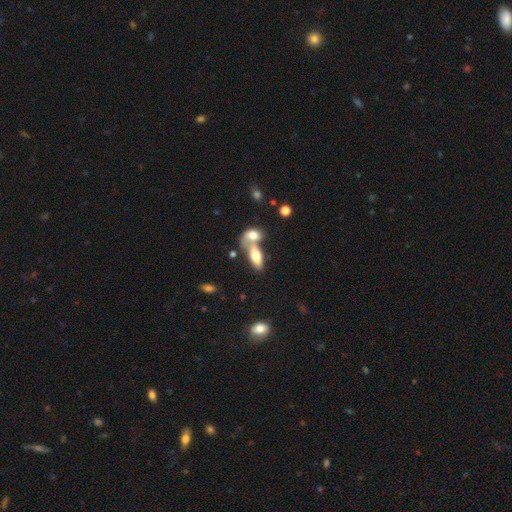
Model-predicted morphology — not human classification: A smooth galaxy with no disk features (71%) that is in between round and cigar-shaped (83%). Merging: merger (64%).